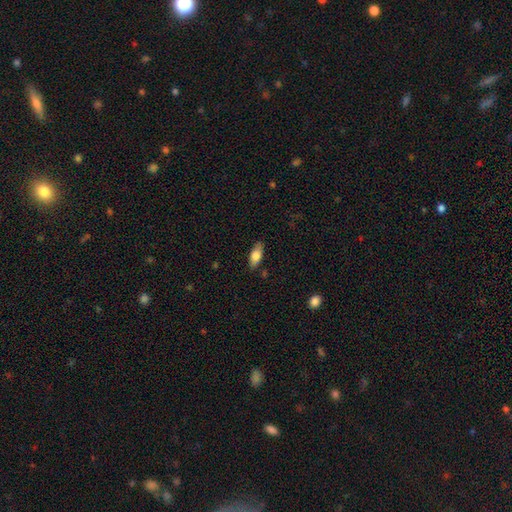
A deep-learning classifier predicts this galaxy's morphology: Smooth or featured? smooth (76%)
How rounded? in between (80%)
Merging? none (84%)